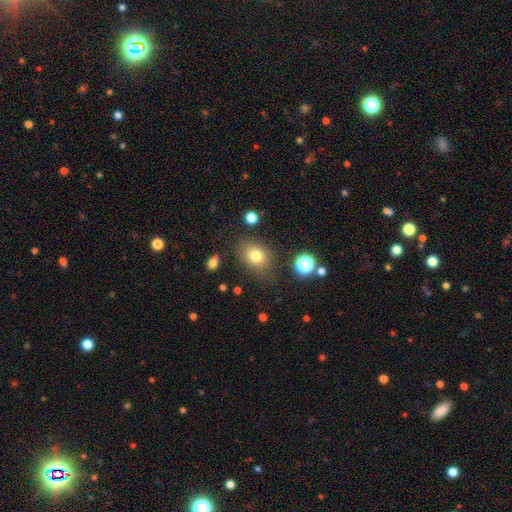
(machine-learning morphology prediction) smooth_or_featured: smooth (p=0.77) [alt: star or artifact p=0.12]
how_rounded: in between (p=0.62) [alt: round p=0.37]
merging: none (p=0.76) [alt: minor disturbance p=0.16]